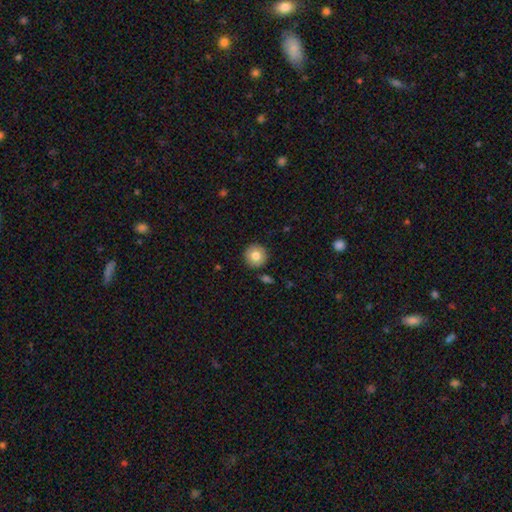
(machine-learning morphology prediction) smooth 81%, featured or disk 11%, star or artifact 9%. Down the decision tree: how rounded — round (95%); merging — none (90%).